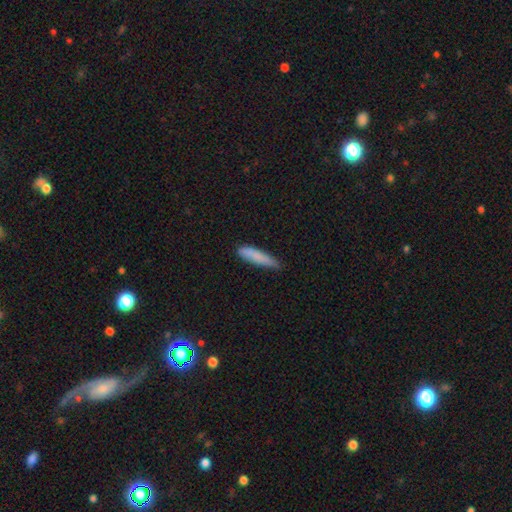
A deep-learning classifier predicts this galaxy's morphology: smooth-or-featured: smooth: 83% | featured or disk: 10% | star or artifact: 6%
  how-rounded: cigar-shaped: 85% | in between: 14% | round: 1%
  merging: none: 70% | minor disturbance: 25% | major disturbance: 4% | merger: 2%